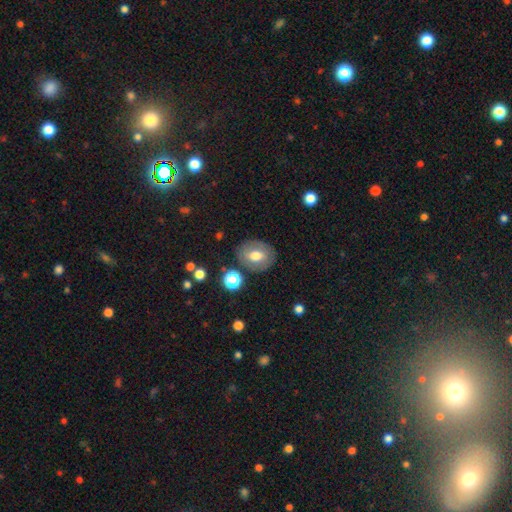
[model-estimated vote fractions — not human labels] smooth_or_featured: smooth (p=0.61) [alt: featured or disk p=0.30]
how_rounded: in between (p=0.52) [alt: round p=0.47]
merging: none (p=0.79) [alt: minor disturbance p=0.13]